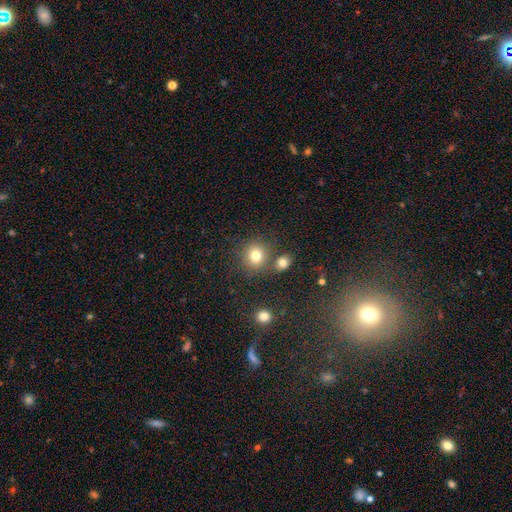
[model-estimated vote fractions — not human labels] This appears to be a smooth galaxy with no disk features (79%) that is round (85%). Merging: none (74%).